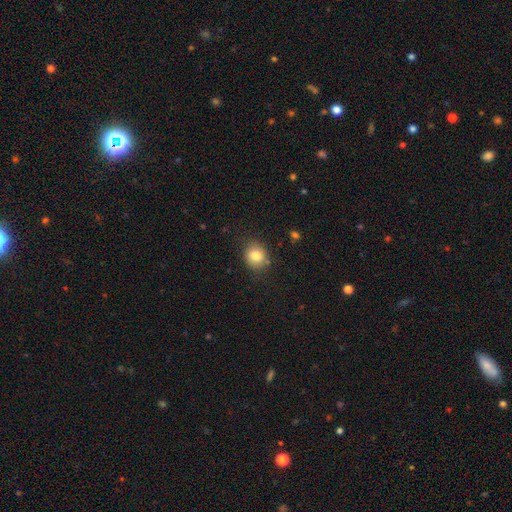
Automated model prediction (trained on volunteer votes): Smooth or featured? smooth (81%)
How rounded? round (72%)
Merging? none (81%)